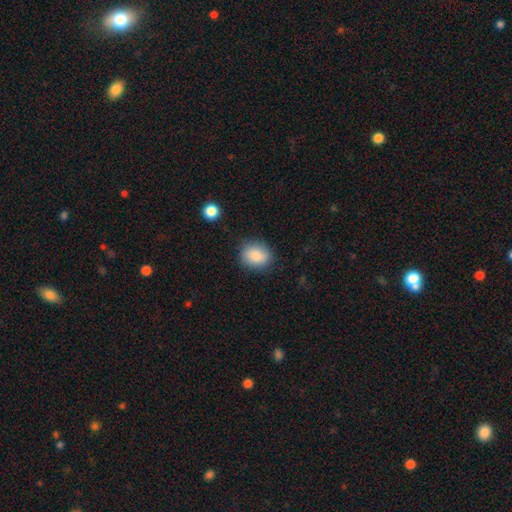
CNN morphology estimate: smooth 85%, star or artifact 8%, featured or disk 7%. Down the decision tree: how rounded — round (60%); merging — none (84%).